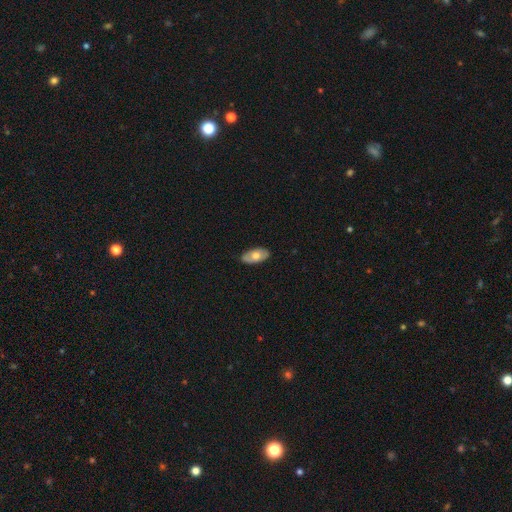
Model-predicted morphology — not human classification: smooth 64%, featured or disk 30%, star or artifact 6%. Down the decision tree: how rounded — in between (93%); merging — none (86%).